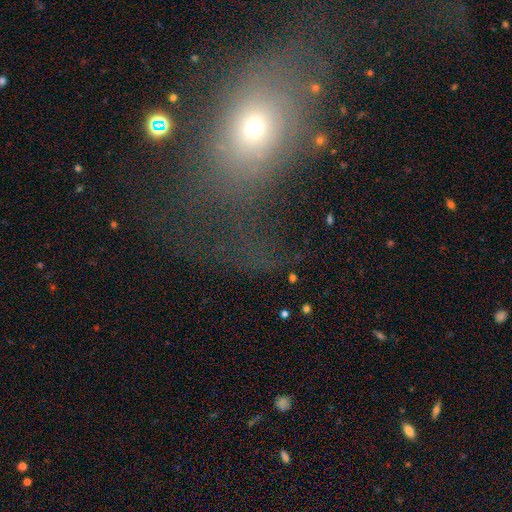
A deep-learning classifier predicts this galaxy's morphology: This appears to be a smooth galaxy with no disk features (46%). Merging: major disturbance (44%).